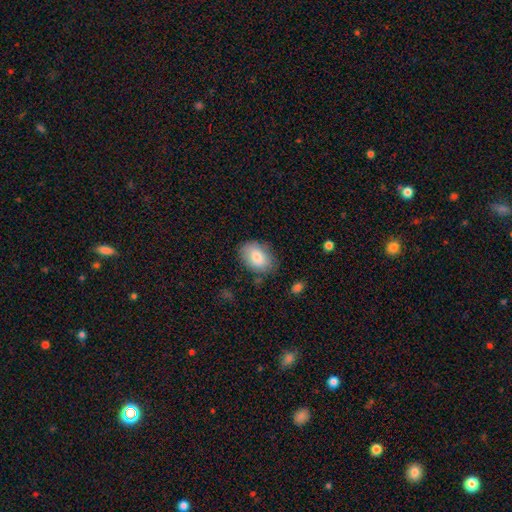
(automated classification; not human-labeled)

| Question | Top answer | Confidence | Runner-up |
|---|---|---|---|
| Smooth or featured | smooth | 82% | featured or disk (11%) |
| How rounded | in between | 84% | round (15%) |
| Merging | none | 77% | minor disturbance (17%) |